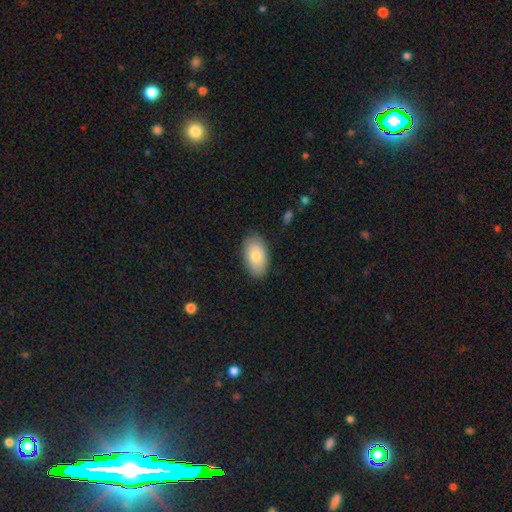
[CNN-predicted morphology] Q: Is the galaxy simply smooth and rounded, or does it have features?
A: smooth — 80%.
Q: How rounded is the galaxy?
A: in between — 94%.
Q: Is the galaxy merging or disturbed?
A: none — 86%.